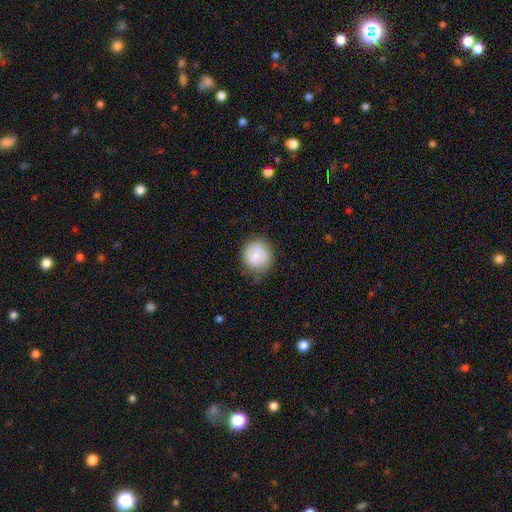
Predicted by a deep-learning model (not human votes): The model was most divided on "merging": none: 75%, minor disturbance: 18%, major disturbance: 5%, merger: 1%. More confident: how rounded — round (85%); smooth or featured — smooth (76%).